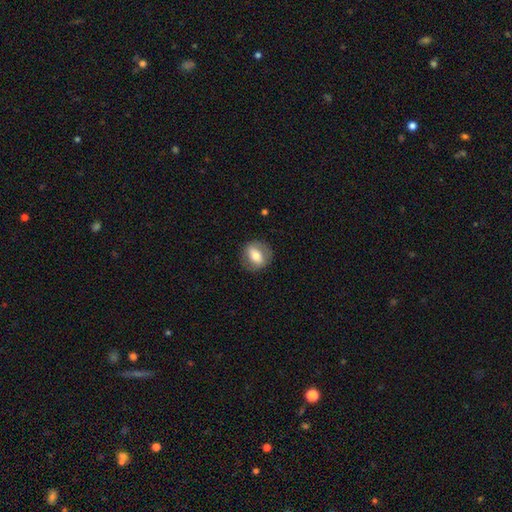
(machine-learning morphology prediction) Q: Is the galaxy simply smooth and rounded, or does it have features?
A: smooth — 56%.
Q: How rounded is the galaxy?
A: round — 57%.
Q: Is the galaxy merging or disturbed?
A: none — 83%.